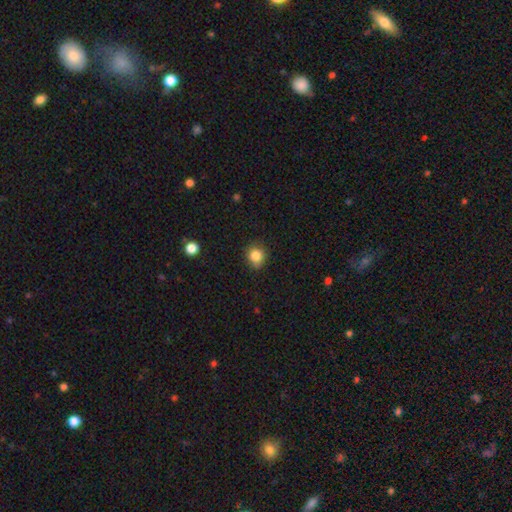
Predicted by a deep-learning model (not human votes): This is clearly a smooth galaxy (84%). How rounded: likely round (80%). Merging: clearly none (81%).